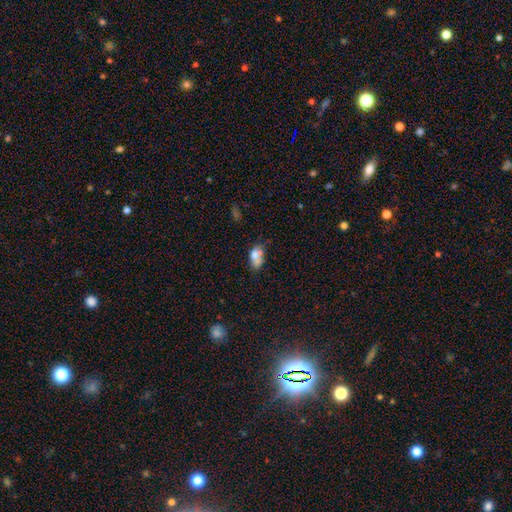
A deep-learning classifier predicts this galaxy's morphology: This is likely a smooth galaxy (69%). How rounded: clearly in between (83%). Merging: marginally none (32%).